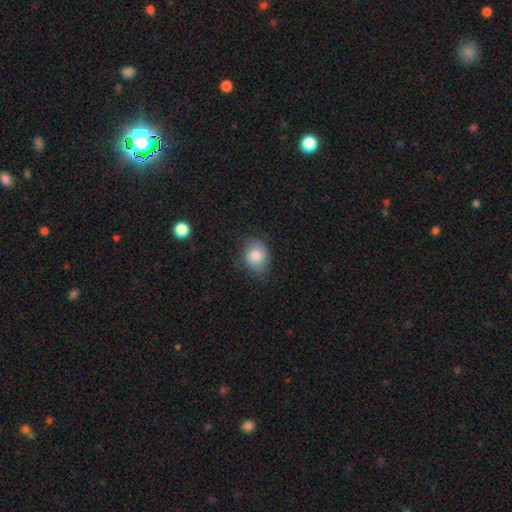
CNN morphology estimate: A smooth galaxy with no disk features (79%) that is in between round and cigar-shaped (50%).

Vote fractions:
- Smooth or featured? smooth: 79% / featured or disk: 13% / star or artifact: 8%
- How rounded? in between: 50% / round: 49% / cigar-shaped: 1%
- Merging? none: 71% / minor disturbance: 22% / major disturbance: 6% / merger: 1%